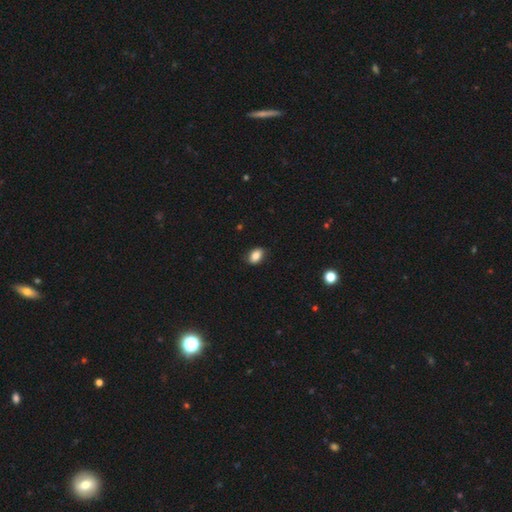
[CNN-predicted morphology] Smooth or featured? Predicted: smooth (p=0.86). How rounded? Predicted: in between (p=0.84). Merging? Predicted: none (p=0.85).